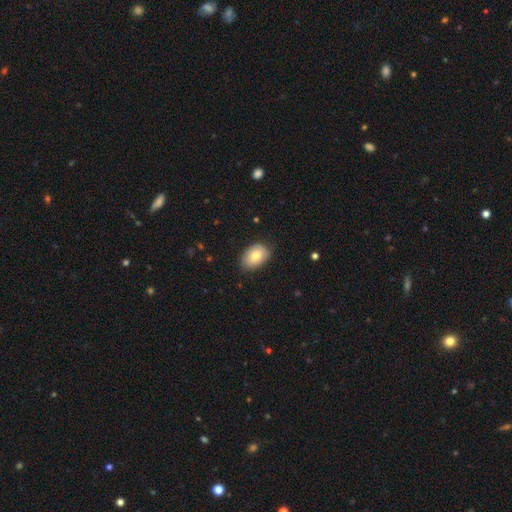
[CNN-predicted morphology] The model was most divided on "merging": none: 81%, minor disturbance: 16%, major disturbance: 3%, merger: 1%. More confident: how rounded — in between (84%); smooth or featured — smooth (81%).